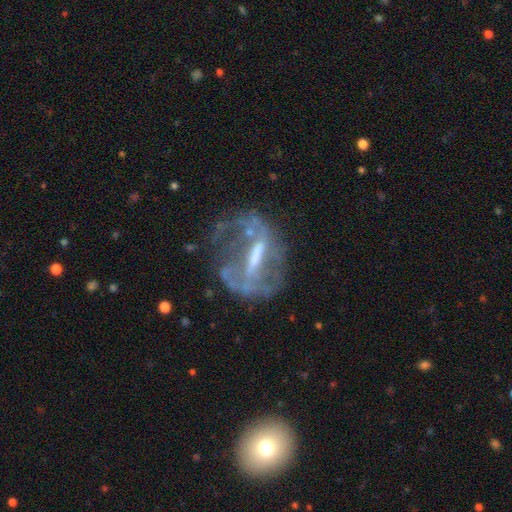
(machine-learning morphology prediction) Q: Smooth or featured?
A: featured or disk (78%); runner-up: smooth (13%)
Q: Edge-on disk?
A: no (93%); runner-up: yes (7%)
Q: Bar?
A: strong (59%); runner-up: weak (29%)
Q: Spiral arms?
A: yes (64%); runner-up: no (36%)
Q: Bulge size?
A: moderate (40%); runner-up: small (26%)
Q: Merging?
A: none (49%); runner-up: major disturbance (28%)